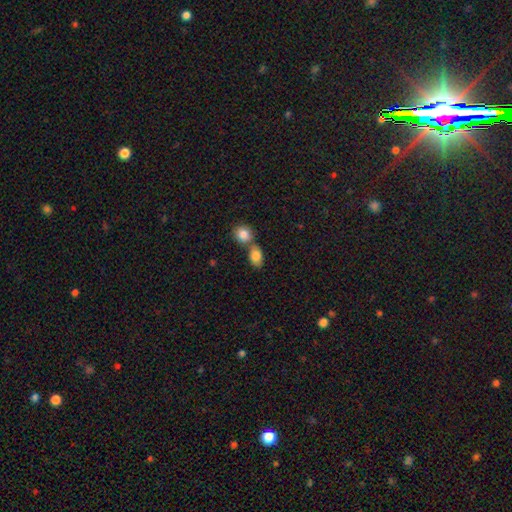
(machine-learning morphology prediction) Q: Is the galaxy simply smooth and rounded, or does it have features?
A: smooth — 84%.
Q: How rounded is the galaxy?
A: in between — 78%.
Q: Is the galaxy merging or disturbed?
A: none — 44%.